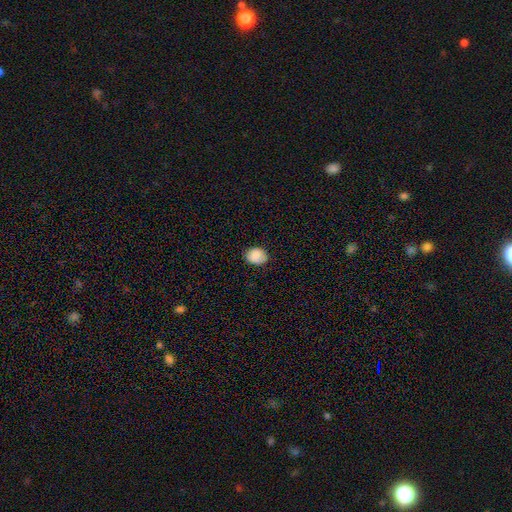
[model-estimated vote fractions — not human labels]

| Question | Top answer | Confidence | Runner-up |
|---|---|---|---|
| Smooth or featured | smooth | 88% | star or artifact (8%) |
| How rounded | in between | 53% | round (47%) |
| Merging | none | 81% | minor disturbance (16%) |